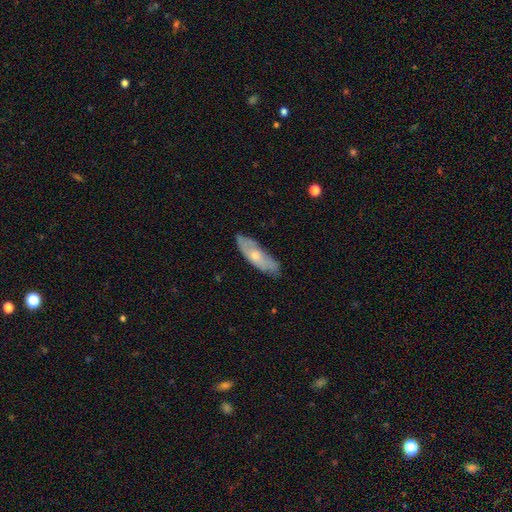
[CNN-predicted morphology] Smooth or featured?
  - smooth: 50% *
  - featured or disk: 44%
  - star or artifact: 6%
How rounded?
  - in between: 54% *
  - cigar-shaped: 44%
  - round: 2%
Merging?
  - none: 70% *
  - minor disturbance: 23%
  - major disturbance: 5%
  - merger: 2%